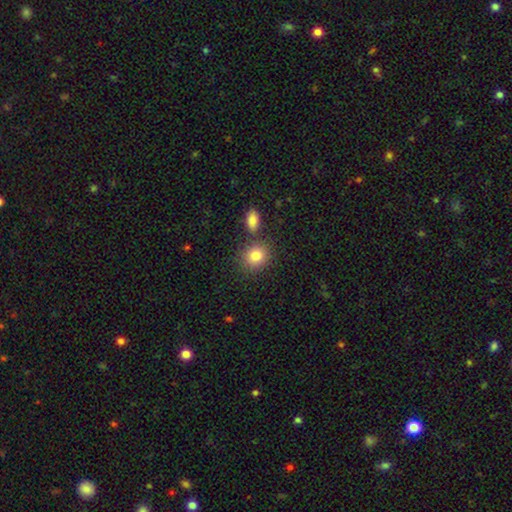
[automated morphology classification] The model was most divided on "how rounded": round: 70%, in between: 29%, cigar-shaped: 1%. More confident: smooth or featured — smooth (84%); merging — none (74%).